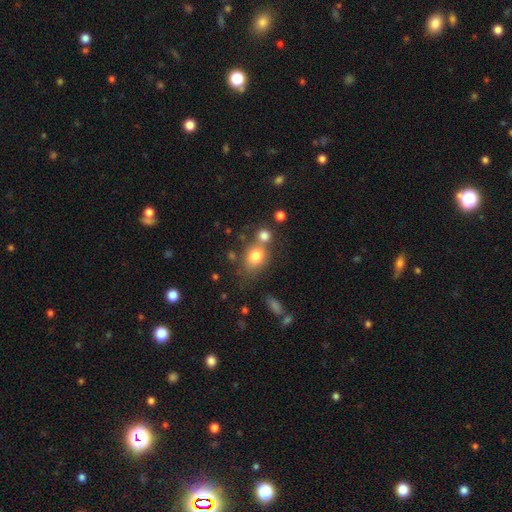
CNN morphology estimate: Smooth or featured: smooth — 78% (star or artifact — 11%)
How rounded: in between — 49% (tied with round — 49%)
Merging: none — 51% (merger — 30%)